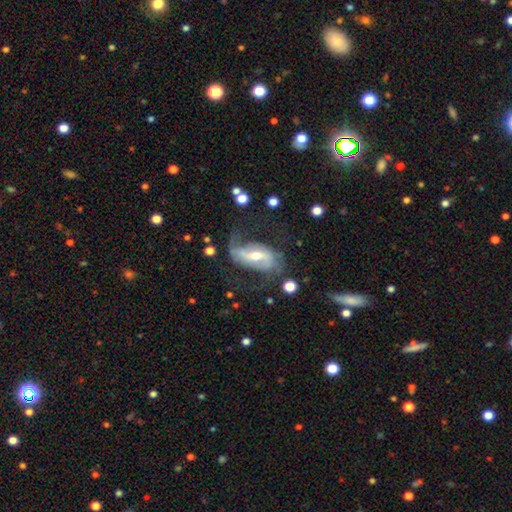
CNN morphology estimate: Smooth or featured: featured or disk — 81% (smooth — 12%)
Edge-on disk: no — 93% (yes — 7%)
Bar: strong — 44% (weak — 38%)
Spiral arms: yes — 91% (no — 9%)
Spiral winding: loose — 59% (medium — 31%)
Spiral arm count: 2 — 81% (1 — 9%)
Bulge size: moderate — 56% (small — 37%)
Merging: none — 54% (major disturbance — 24%)